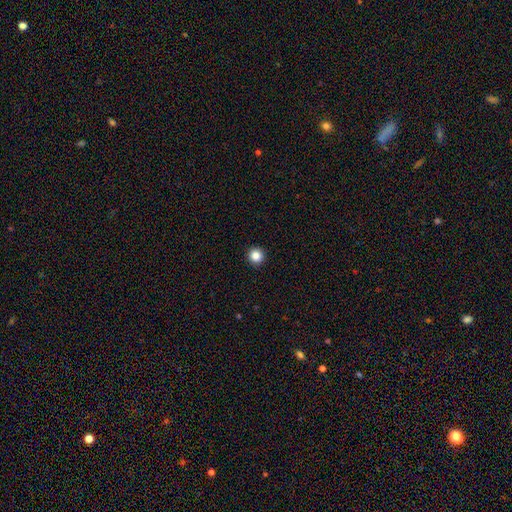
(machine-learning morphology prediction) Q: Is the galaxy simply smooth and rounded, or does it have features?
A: smooth — 86%.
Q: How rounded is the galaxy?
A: round — 96%.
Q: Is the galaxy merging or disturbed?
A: none — 94%.